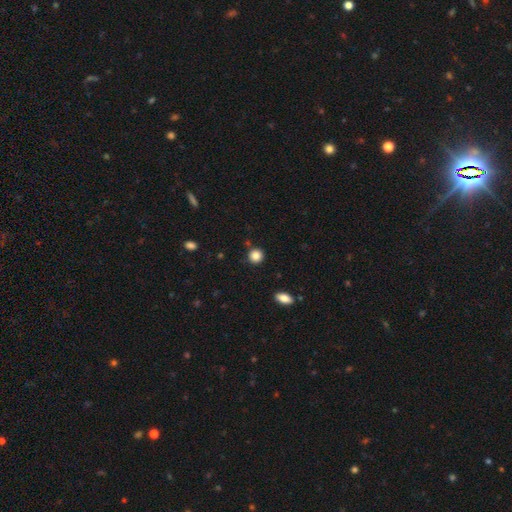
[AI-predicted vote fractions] Q: Smooth or featured?
A: smooth (86%); runner-up: star or artifact (10%)
Q: How rounded?
A: round (92%); runner-up: in between (7%)
Q: Merging?
A: none (87%); runner-up: minor disturbance (8%)